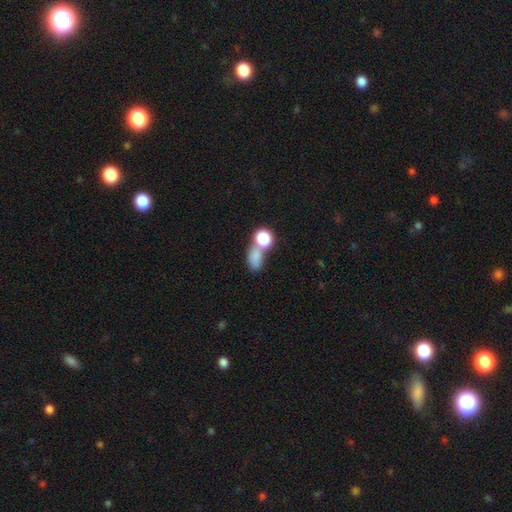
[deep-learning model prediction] This is likely a smooth galaxy (76%). How rounded: likely in between (68%). Merging: possibly merger (49%).